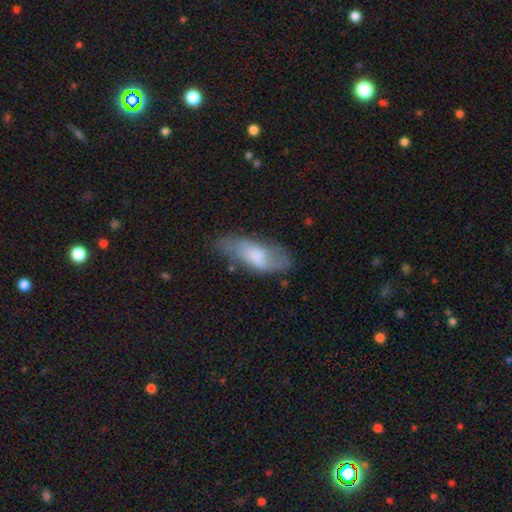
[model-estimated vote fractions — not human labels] A smooth galaxy with no disk features (57%) that is in between round and cigar-shaped (78%). Merging: none (59%).